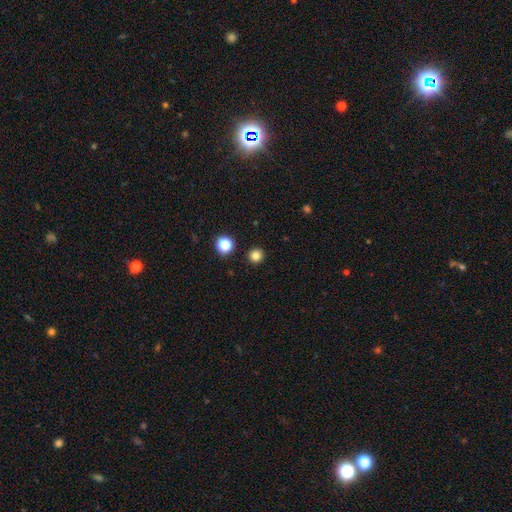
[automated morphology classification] Q: Smooth or featured?
A: smooth (82%); runner-up: star or artifact (14%)
Q: How rounded?
A: round (94%); runner-up: in between (5%)
Q: Merging?
A: none (93%); runner-up: minor disturbance (4%)